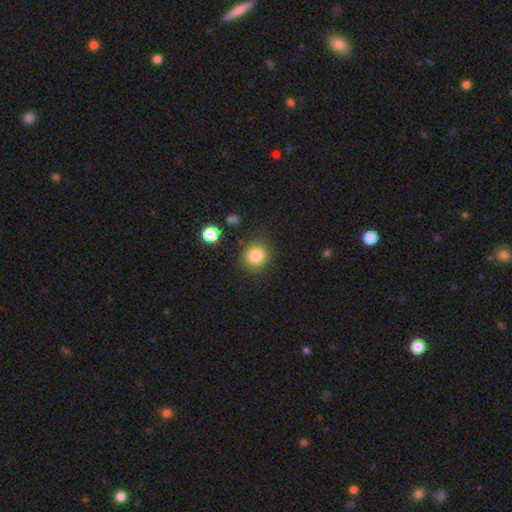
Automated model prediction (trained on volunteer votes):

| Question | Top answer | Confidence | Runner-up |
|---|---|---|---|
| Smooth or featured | smooth | 84% | star or artifact (11%) |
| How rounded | round | 89% | in between (10%) |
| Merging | none | 86% | minor disturbance (9%) |